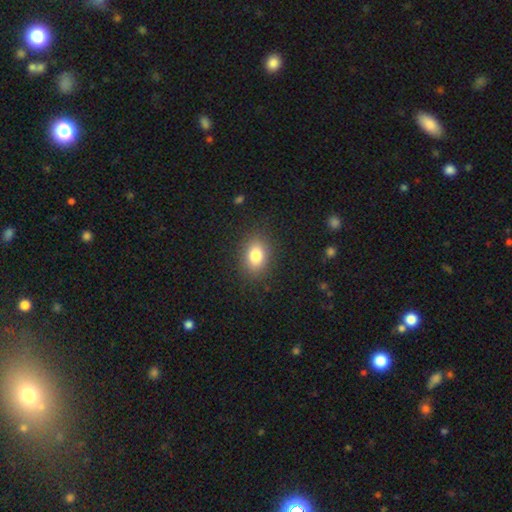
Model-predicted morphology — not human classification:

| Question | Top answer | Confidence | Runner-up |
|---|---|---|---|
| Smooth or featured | smooth | 80% | star or artifact (10%) |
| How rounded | in between | 73% | round (26%) |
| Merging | none | 86% | minor disturbance (9%) |